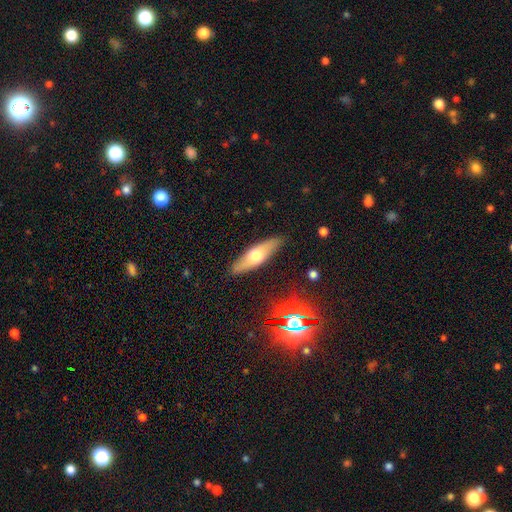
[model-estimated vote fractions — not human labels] The model was most divided on "how rounded": cigar-shaped: 53%, in between: 45%, round: 2%. More confident: merging — none (87%); smooth or featured — smooth (52%).